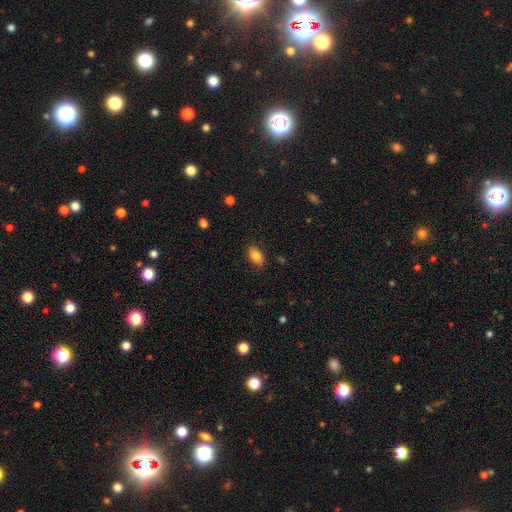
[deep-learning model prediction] Smooth or featured?
  - smooth: 82% *
  - featured or disk: 10%
  - star or artifact: 8%
How rounded?
  - in between: 91% *
  - round: 7%
  - cigar-shaped: 2%
Merging?
  - none: 85% *
  - minor disturbance: 12%
  - major disturbance: 3%
  - merger: 1%